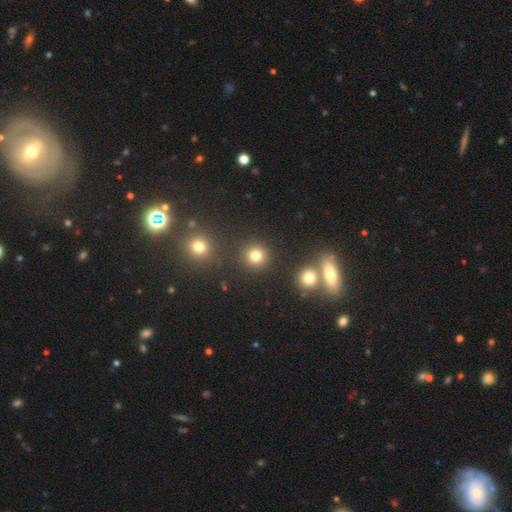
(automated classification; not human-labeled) Morphology: type=smooth (79%); roundness=round (92%); merging=none (88%).